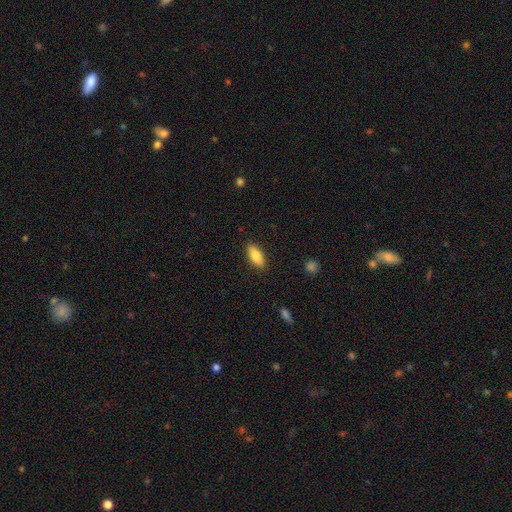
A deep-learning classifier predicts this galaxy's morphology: Smooth or featured: smooth — 80% (featured or disk — 14%)
How rounded: in between — 78% (cigar-shaped — 20%)
Merging: none — 88% (minor disturbance — 9%)